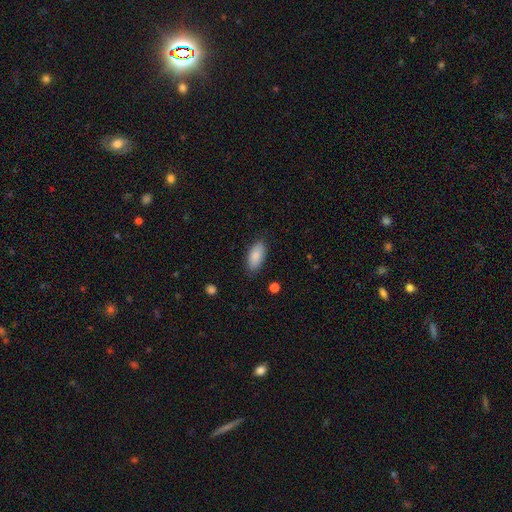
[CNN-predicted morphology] The model was most divided on "merging": none: 84%, minor disturbance: 12%, major disturbance: 3%, merger: 1%. More confident: how rounded — in between (91%); smooth or featured — smooth (87%).